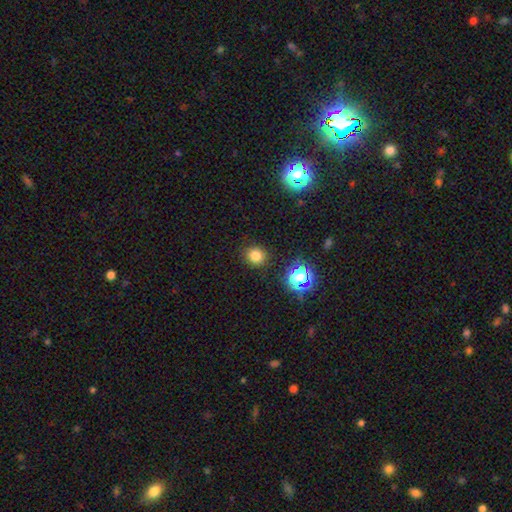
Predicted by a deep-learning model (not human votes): smooth_or_featured: smooth (p=0.77) [alt: star or artifact p=0.18]
how_rounded: round (p=0.87) [alt: in between p=0.12]
merging: none (p=0.87) [alt: minor disturbance p=0.08]